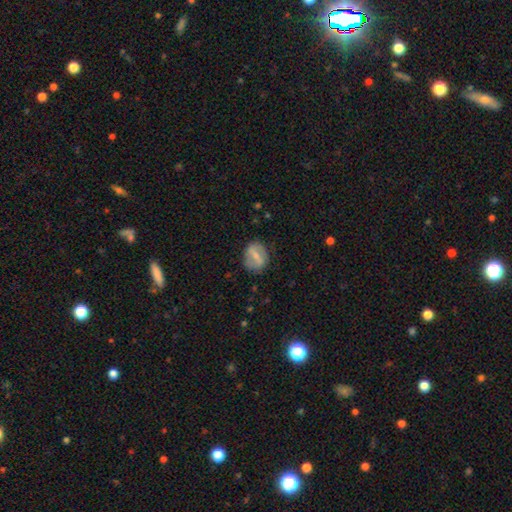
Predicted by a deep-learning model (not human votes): A featured or disk galaxy (47%). Merging: none (78%).